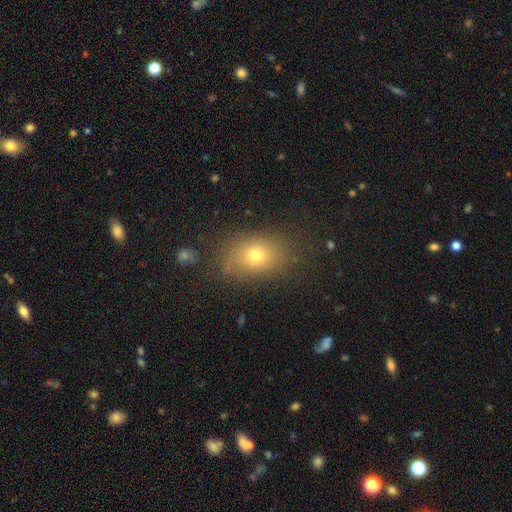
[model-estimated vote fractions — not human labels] A smooth galaxy with no disk features (70%) that is in between round and cigar-shaped (68%).

Vote fractions:
- Smooth or featured? smooth: 70% / star or artifact: 15% / featured or disk: 15%
- How rounded? in between: 68% / round: 30% / cigar-shaped: 2%
- Merging? none: 75% / minor disturbance: 16% / major disturbance: 7% / merger: 2%